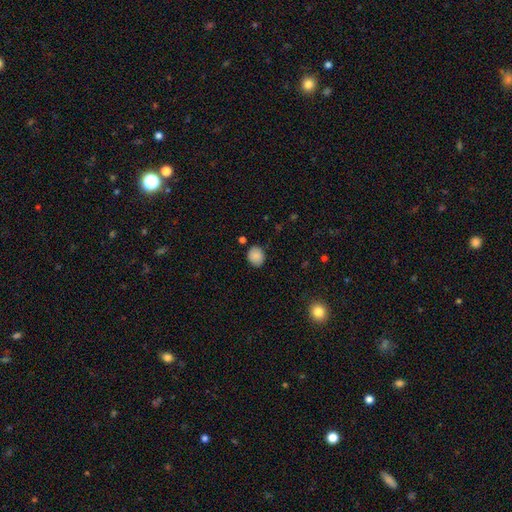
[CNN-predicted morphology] Overall: smooth (87%). How rounded: round (70%). Merging: none (82%).